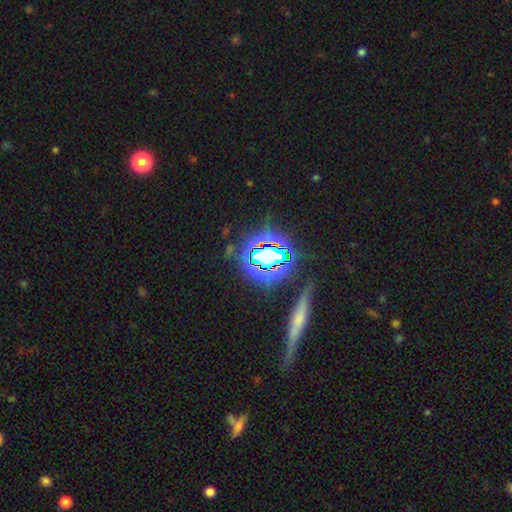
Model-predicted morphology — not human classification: The model was most divided on "smooth or featured": star or artifact: 68%, featured or disk: 17%, smooth: 16%.